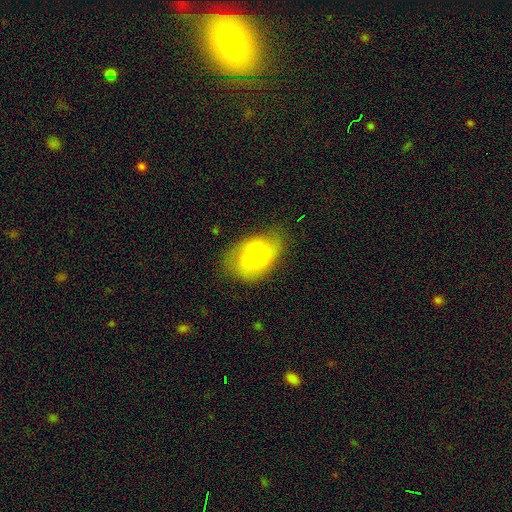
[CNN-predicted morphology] type=smooth (61%); roundness=in between (82%); merging=none (54%).